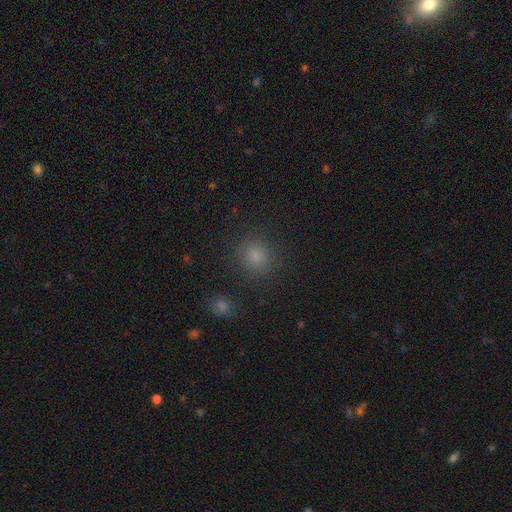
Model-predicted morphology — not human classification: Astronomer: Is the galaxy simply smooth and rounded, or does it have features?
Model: smooth — 79%.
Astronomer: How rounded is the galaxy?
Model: round — 86%.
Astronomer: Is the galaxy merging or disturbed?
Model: none — 86%.